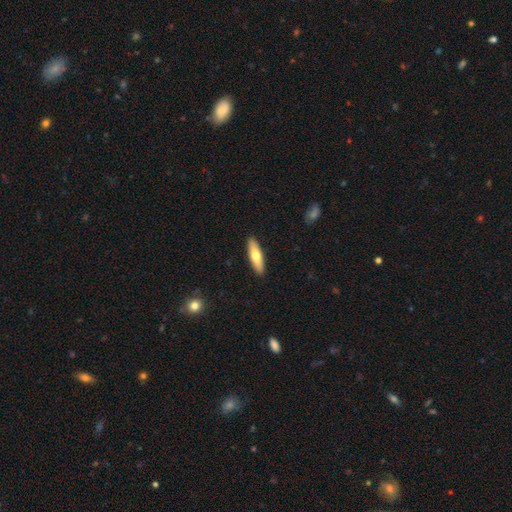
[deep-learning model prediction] smooth 67%, featured or disk 27%, star or artifact 5%. Down the decision tree: how rounded — cigar-shaped (64%); merging — none (91%).